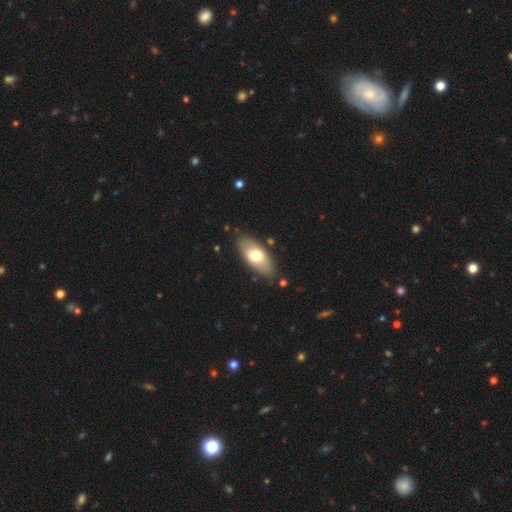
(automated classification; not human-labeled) Smooth or featured? Predicted: smooth (p=0.65). How rounded? Predicted: in between (p=0.88). Merging? Predicted: none (p=0.83).